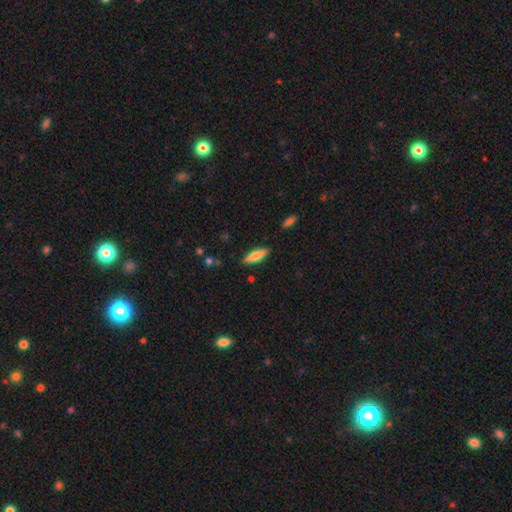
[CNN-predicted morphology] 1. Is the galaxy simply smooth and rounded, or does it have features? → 75% smooth, 19% featured or disk, 6% star or artifact.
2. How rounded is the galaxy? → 53% cigar-shaped, 45% in between, 2% round.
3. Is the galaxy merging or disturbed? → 86% none, 10% minor disturbance, 2% major disturbance, 2% merger.